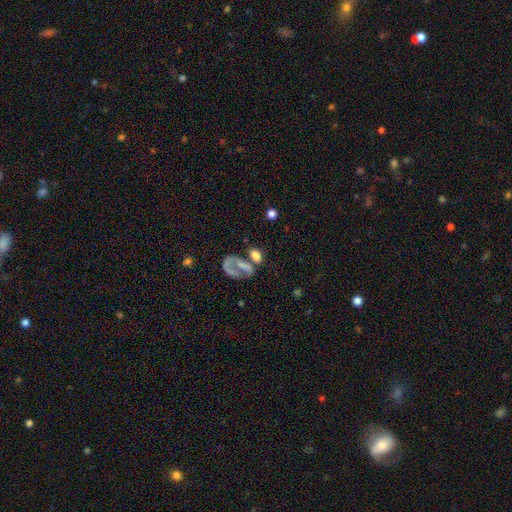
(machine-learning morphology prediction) The model was most divided on "merging": none: 35%, merger: 33%, major disturbance: 19%, minor disturbance: 13%. More confident: how rounded — in between (75%); smooth or featured — smooth (64%).